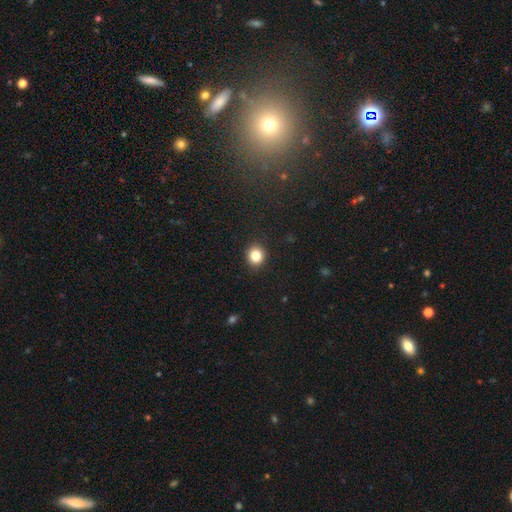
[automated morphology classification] A smooth galaxy with no disk features (83%) that is round (87%). Merging: none (91%).